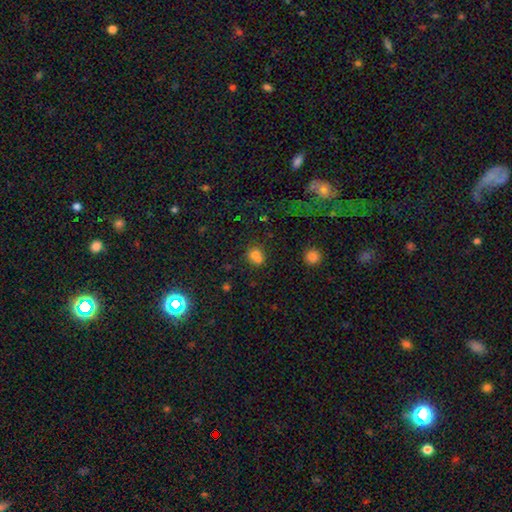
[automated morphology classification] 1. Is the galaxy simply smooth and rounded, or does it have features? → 72% smooth, 16% star or artifact, 13% featured or disk.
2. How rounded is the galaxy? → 74% round, 25% in between, 1% cigar-shaped.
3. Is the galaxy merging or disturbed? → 43% none (tied), 43% merger (tied), 10% minor disturbance, 3% major disturbance.